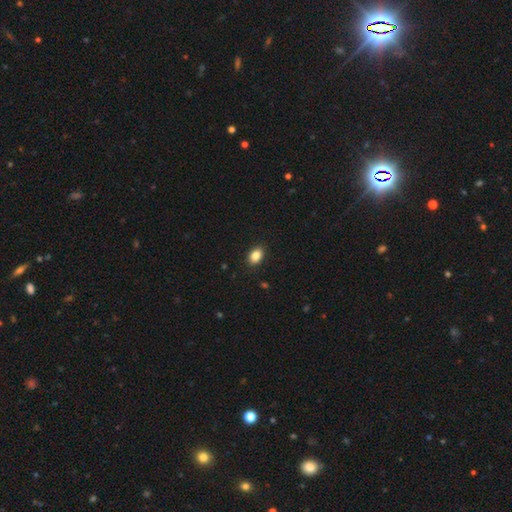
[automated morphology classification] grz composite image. It shows a smooth galaxy with no disk features (85%) that is in between round and cigar-shaped (83%). Merging: none (90%).